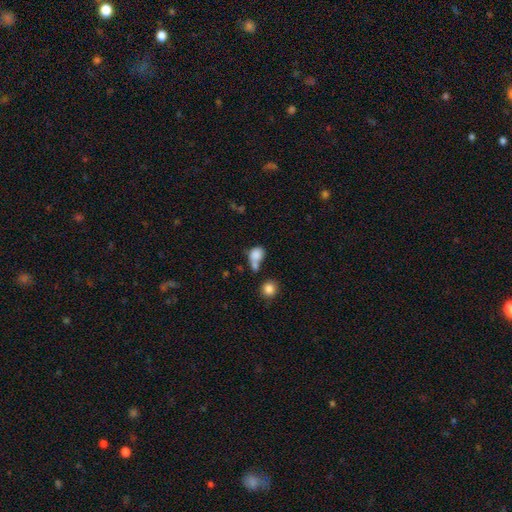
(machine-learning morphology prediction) smooth_or_featured: smooth (p=0.82) [alt: star or artifact p=0.10]
how_rounded: in between (p=0.52) [alt: round p=0.47]
merging: merger (p=0.43) [alt: none p=0.32]